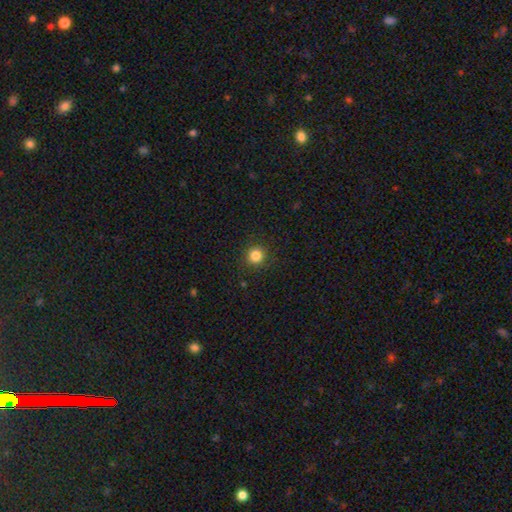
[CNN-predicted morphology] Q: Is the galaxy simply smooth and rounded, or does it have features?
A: smooth — 84%.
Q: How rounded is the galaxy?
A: round — 94%.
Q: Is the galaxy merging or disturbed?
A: none — 90%.